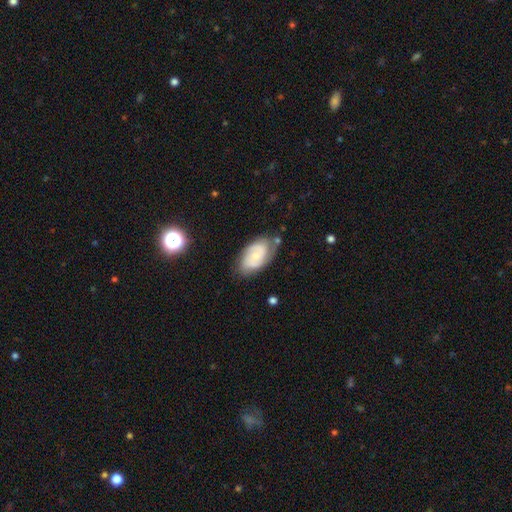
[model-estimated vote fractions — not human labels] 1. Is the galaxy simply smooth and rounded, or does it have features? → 60% featured or disk, 33% smooth, 7% star or artifact.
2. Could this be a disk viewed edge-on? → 96% no, 4% yes.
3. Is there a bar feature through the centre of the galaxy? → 65% no, 29% weak, 5% strong.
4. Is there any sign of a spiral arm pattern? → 87% yes, 13% no.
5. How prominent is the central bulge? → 63% small, 28% moderate, 6% none, 2% large, 1% dominant.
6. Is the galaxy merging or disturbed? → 66% none, 23% minor disturbance, 7% major disturbance, 4% merger.